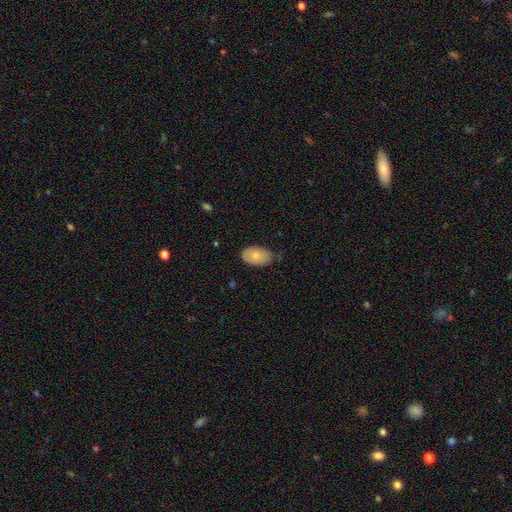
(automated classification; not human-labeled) Smooth or featured? smooth (77%)
How rounded? in between (93%)
Merging? none (71%)